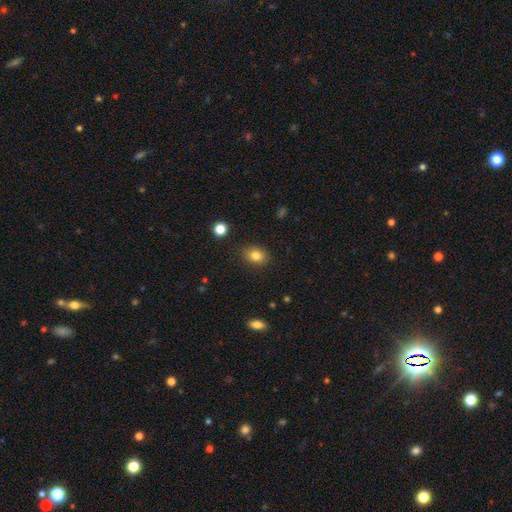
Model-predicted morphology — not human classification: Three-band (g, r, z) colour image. It shows a smooth galaxy with no disk features (82%) that is in between round and cigar-shaped (55%). Merging: none (86%).